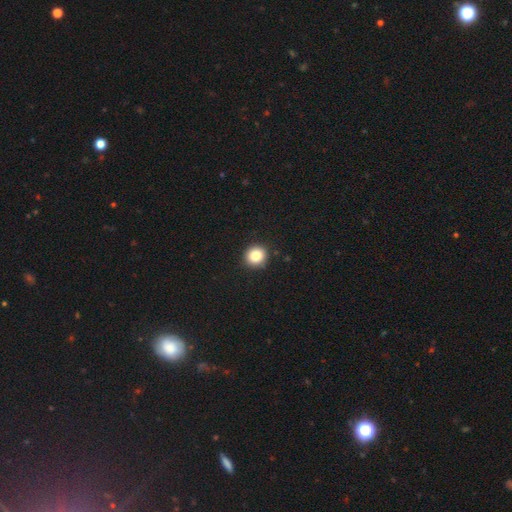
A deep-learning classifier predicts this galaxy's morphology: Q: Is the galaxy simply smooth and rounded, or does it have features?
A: smooth — 84%.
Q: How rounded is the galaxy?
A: round — 91%.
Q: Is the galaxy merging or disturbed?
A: none — 91%.